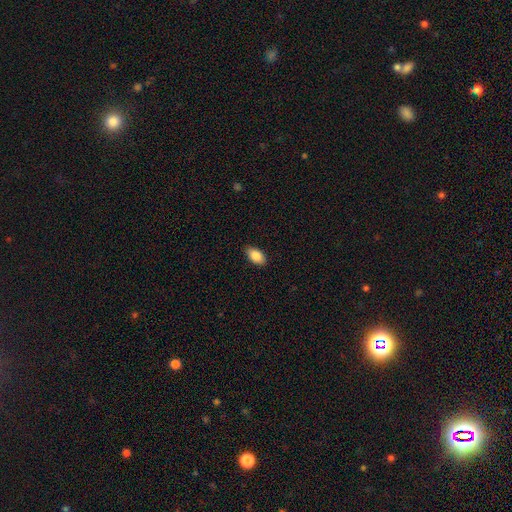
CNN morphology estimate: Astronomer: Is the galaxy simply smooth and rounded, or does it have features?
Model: smooth — 87%.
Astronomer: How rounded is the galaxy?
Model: in between — 93%.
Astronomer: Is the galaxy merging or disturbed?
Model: none — 88%.